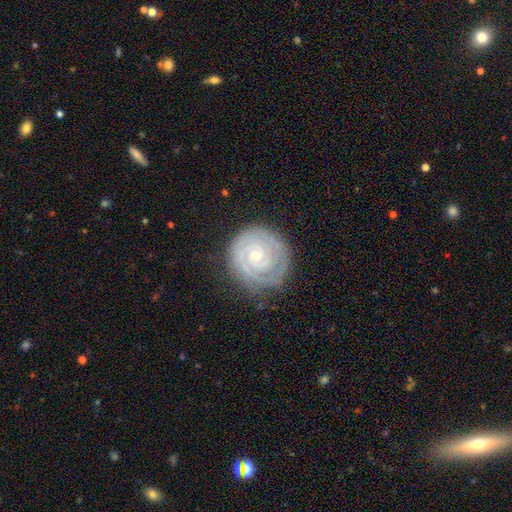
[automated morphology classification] Smooth or featured?
  - featured or disk: 86% *
  - smooth: 9%
  - star or artifact: 6%
Edge-on disk?
  - no: 98% *
  - yes: 2%
Bar?
  - no: 73% *
  - weak: 22%
  - strong: 6%
Spiral arms?
  - yes: 97% *
  - no: 3%
Spiral winding?
  - tight: 85% *
  - medium: 13%
  - loose: 2%
Spiral arm count?
  - 2: 48% *
  - 3: 19%
  - can't tell: 18%
  - 4: 6%
  - 1: 5%
  - more than 4: 4%
Bulge size?
  - small: 76% *
  - moderate: 20%
  - none: 2%
  - large: 1%
  - dominant: 1%
Merging?
  - none: 77% *
  - minor disturbance: 16%
  - major disturbance: 5%
  - merger: 1%